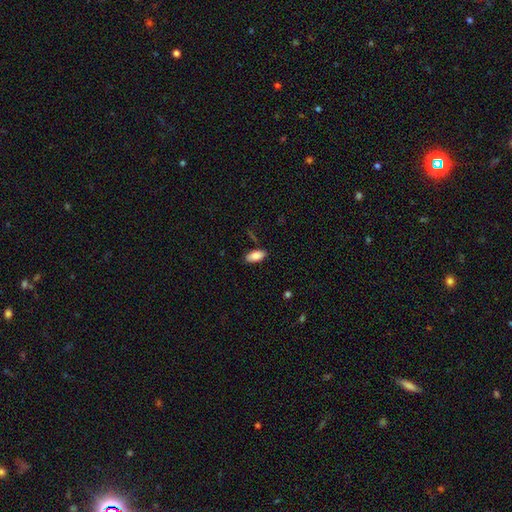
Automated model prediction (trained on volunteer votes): Smooth or featured?
  - smooth: 86% *
  - featured or disk: 8%
  - star or artifact: 7%
How rounded?
  - in between: 90% *
  - cigar-shaped: 8%
  - round: 2%
Merging?
  - none: 83% *
  - minor disturbance: 12%
  - major disturbance: 2%
  - merger: 2%